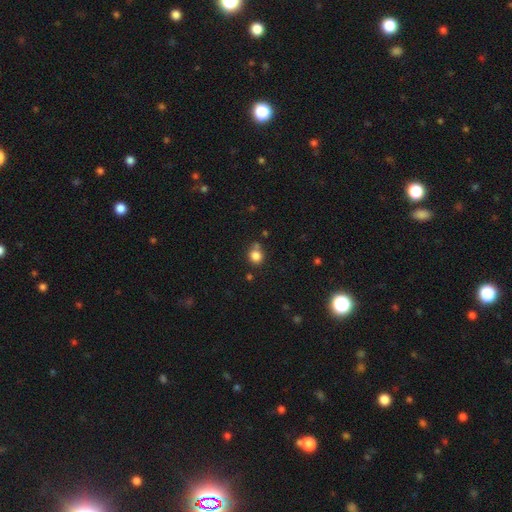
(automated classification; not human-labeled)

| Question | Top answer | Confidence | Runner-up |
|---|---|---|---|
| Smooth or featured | smooth | 83% | star or artifact (12%) |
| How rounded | round | 83% | in between (16%) |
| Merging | none | 67% | minor disturbance (16%) |